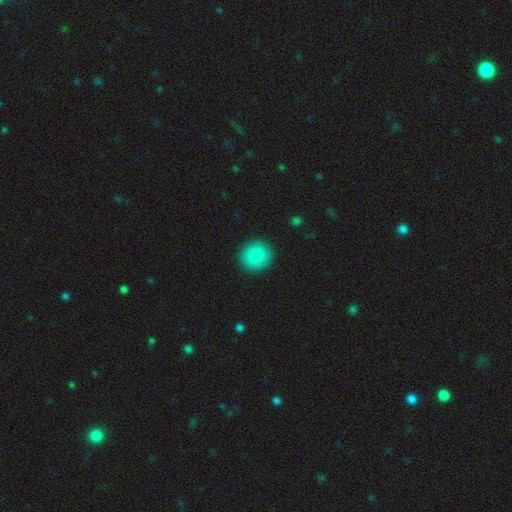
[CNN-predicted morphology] type=smooth (88%); roundness=round (87%); merging=none (91%).